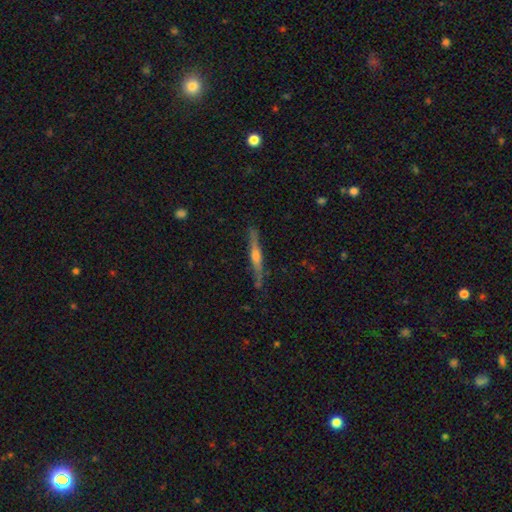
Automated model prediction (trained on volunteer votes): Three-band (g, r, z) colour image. It shows a featured or disk galaxy (75%) viewed edge-on (98%) with a rounded central bulge (85%). Merging: none (86%).